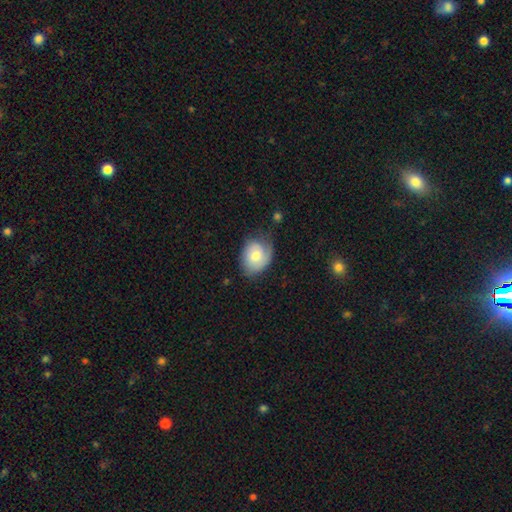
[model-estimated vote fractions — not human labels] Morphology: type=smooth (60%); roundness=in between (52%); merging=none (56%).